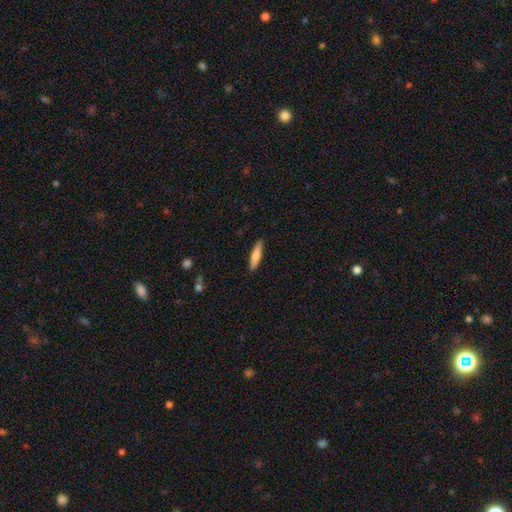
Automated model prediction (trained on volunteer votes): Smooth or featured: smooth — 73% (featured or disk — 21%)
How rounded: cigar-shaped — 82% (in between — 16%)
Merging: none — 89% (minor disturbance — 8%)